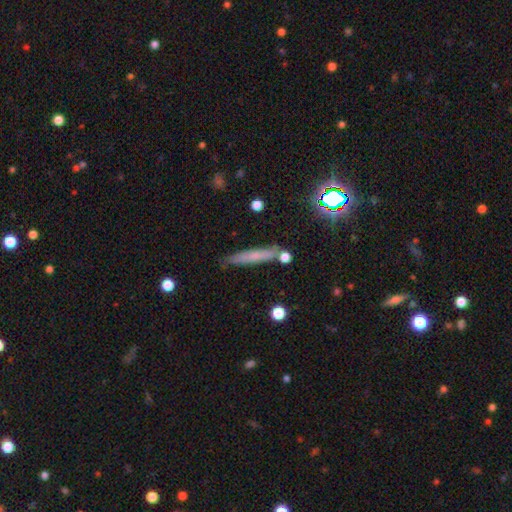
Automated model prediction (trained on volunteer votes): Overall: smooth (59%; featured or disk 28%). How rounded: cigar-shaped (91%). Merging: none (79%).